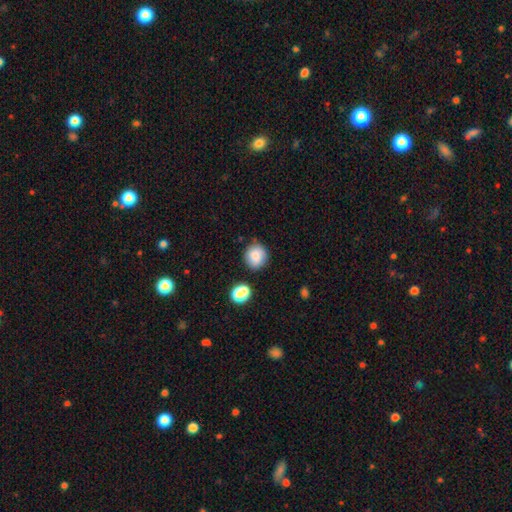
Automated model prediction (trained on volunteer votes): Smooth or featured: smooth — 82% (star or artifact — 10%)
How rounded: round — 89% (in between — 10%)
Merging: none — 78% (minor disturbance — 13%)